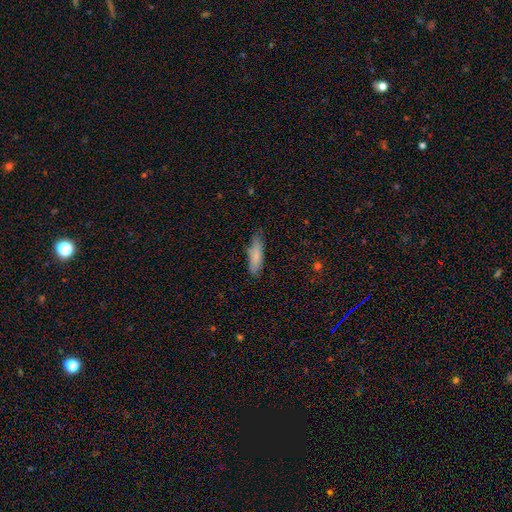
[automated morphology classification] Smooth or featured?
  - smooth: 81% *
  - featured or disk: 13%
  - star or artifact: 7%
How rounded?
  - cigar-shaped: 50% *
  - in between: 48%
  - round: 2%
Merging?
  - none: 76% *
  - minor disturbance: 19%
  - major disturbance: 3%
  - merger: 2%